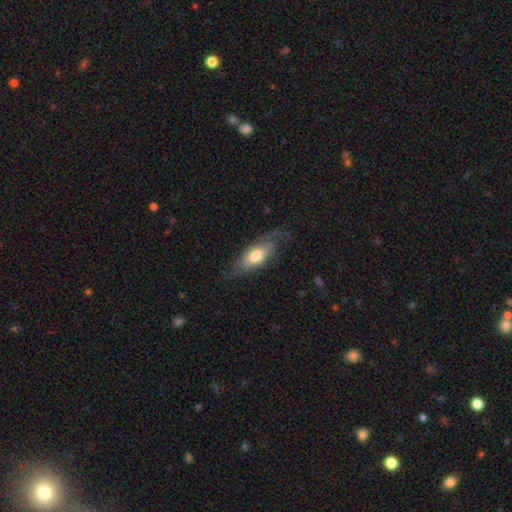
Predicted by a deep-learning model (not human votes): A smooth galaxy with no disk features (50%) that is in between round and cigar-shaped (77%).

Vote fractions:
- Smooth or featured? smooth: 50% / featured or disk: 44% / star or artifact: 6%
- How rounded? in between: 77% / cigar-shaped: 19% / round: 4%
- Merging? none: 59% / minor disturbance: 24% / major disturbance: 16% / merger: 2%